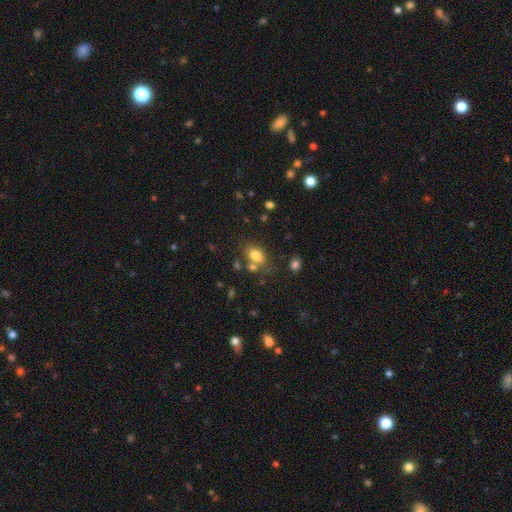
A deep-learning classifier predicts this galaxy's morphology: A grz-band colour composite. It shows a smooth galaxy with no disk features (79%) that is in between round and cigar-shaped (81%). Merging: none (60%).